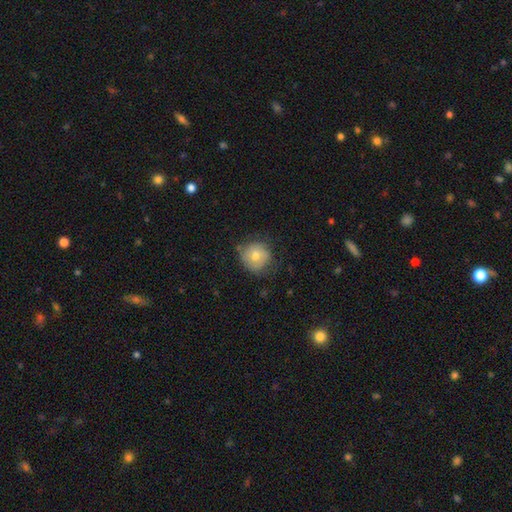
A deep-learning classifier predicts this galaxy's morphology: This is likely a smooth galaxy (61%). How rounded: clearly round (88%). Merging: likely none (68%).